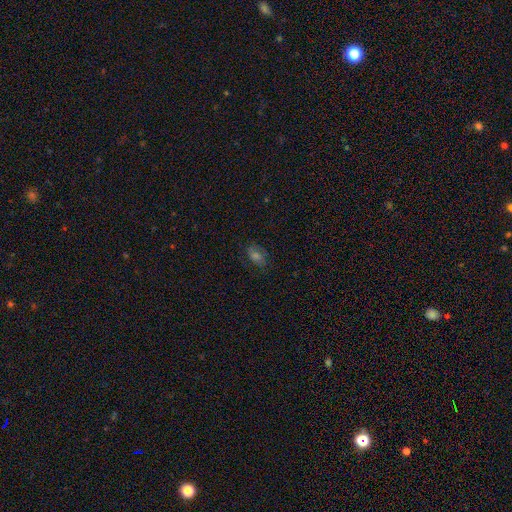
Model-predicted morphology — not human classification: Overall: smooth (44%; featured or disk 30%). Merging: none (78%).